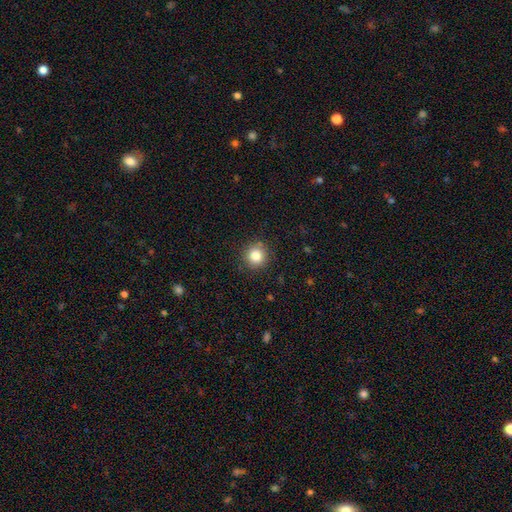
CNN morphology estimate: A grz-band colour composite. It shows a smooth galaxy with no disk features (82%) that is round (94%). Merging: none (88%).